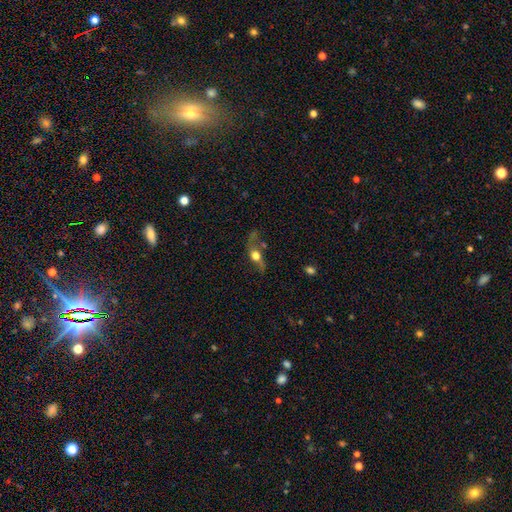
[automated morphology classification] The model was most divided on "merging": none: 46%, major disturbance: 26%, minor disturbance: 19%, merger: 10%. More confident: edge-on disk — no (76%); smooth or featured — featured or disk (63%).